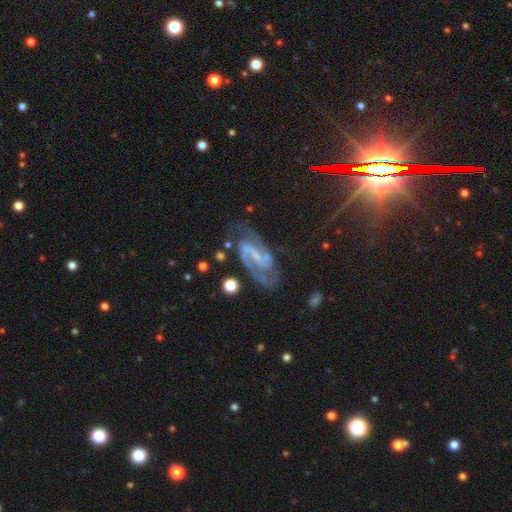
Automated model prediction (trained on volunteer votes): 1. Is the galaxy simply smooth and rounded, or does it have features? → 88% featured or disk, 7% star or artifact, 5% smooth.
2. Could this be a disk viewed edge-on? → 97% no, 3% yes.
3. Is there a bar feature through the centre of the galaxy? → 43% weak, 39% strong, 18% no.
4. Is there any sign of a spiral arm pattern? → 97% yes, 3% no.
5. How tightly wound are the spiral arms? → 58% medium, 28% tight, 14% loose.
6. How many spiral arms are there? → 91% 2, 3% can't tell, 2% 3, 2% 1, 1% 4, 1% more than 4.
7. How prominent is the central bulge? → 52% small, 32% none, 13% moderate, 2% large, 1% dominant.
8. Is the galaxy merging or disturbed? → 71% none, 18% minor disturbance, 8% major disturbance, 3% merger.